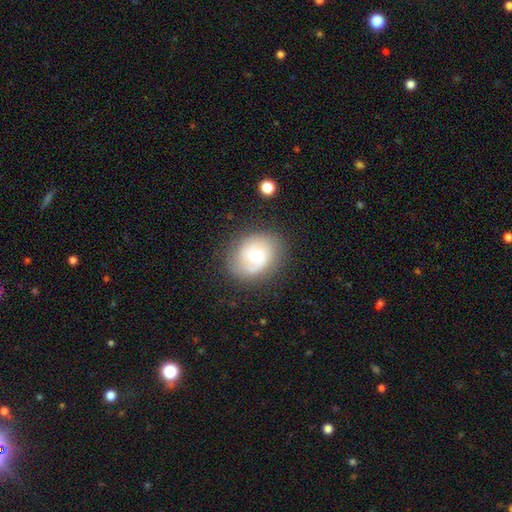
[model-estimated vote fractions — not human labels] Morphology: type=featured or disk (56%); edge-on=no (97%); bar=no (68%); spiral arms=yes (81%); bulge=moderate (56%); merging=none (76%).